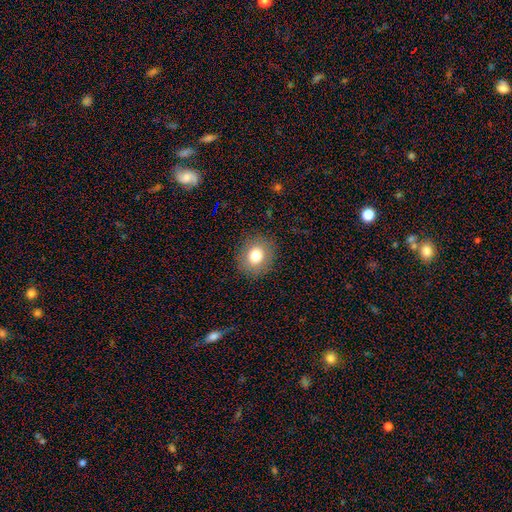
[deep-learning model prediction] smooth 78%, featured or disk 11%, star or artifact 11%. Down the decision tree: how rounded — round (71%); merging — none (88%).